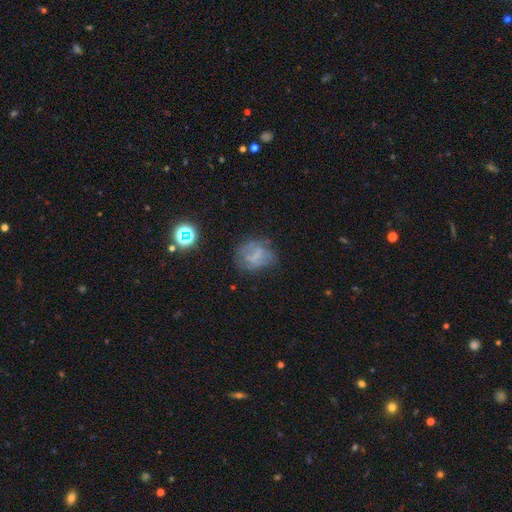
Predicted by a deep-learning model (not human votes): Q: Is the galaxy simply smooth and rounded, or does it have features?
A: featured or disk — 49%.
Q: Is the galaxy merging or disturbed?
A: none — 55%.